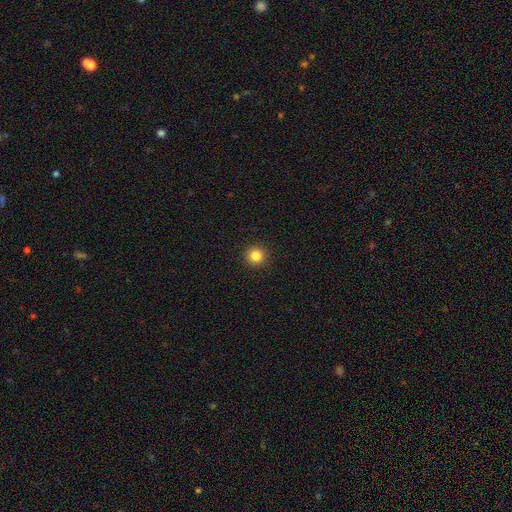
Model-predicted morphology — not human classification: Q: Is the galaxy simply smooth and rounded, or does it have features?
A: smooth — 84%.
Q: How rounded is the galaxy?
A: round — 95%.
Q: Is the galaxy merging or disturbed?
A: none — 93%.